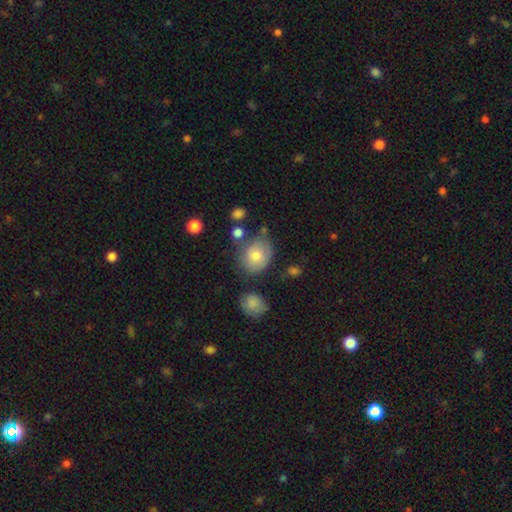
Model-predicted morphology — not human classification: Q: Smooth or featured?
A: smooth (73%); runner-up: featured or disk (18%)
Q: How rounded?
A: round (66%); runner-up: in between (33%)
Q: Merging?
A: none (57%); runner-up: minor disturbance (26%)